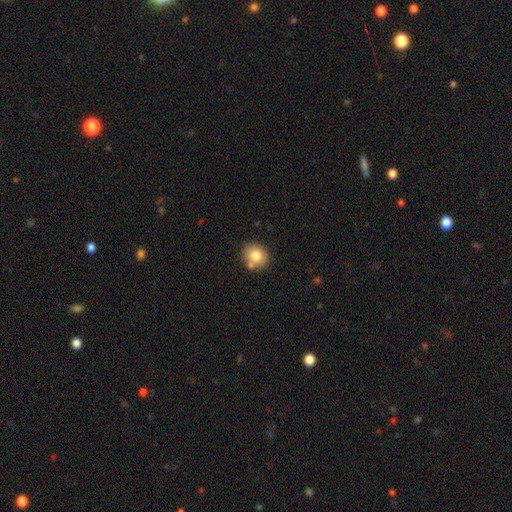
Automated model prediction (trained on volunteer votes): smooth-or-featured: smooth: 78% | featured or disk: 13% | star or artifact: 10%
  how-rounded: round: 75% | in between: 24% | cigar-shaped: 1%
  merging: none: 72% | merger: 13% | minor disturbance: 12% | major disturbance: 3%